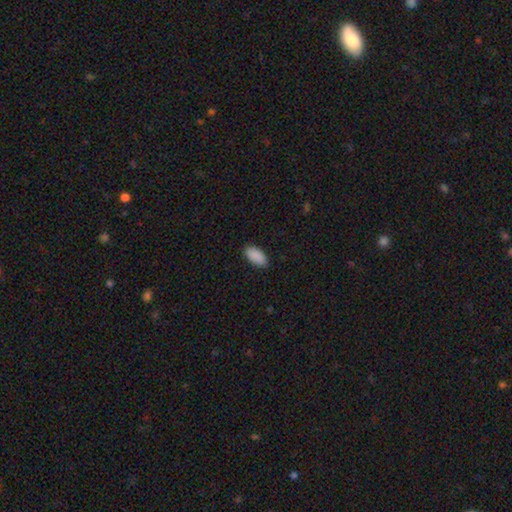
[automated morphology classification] Q: Smooth or featured?
A: smooth (90%); runner-up: star or artifact (7%)
Q: How rounded?
A: in between (94%); runner-up: cigar-shaped (4%)
Q: Merging?
A: none (85%); runner-up: minor disturbance (12%)